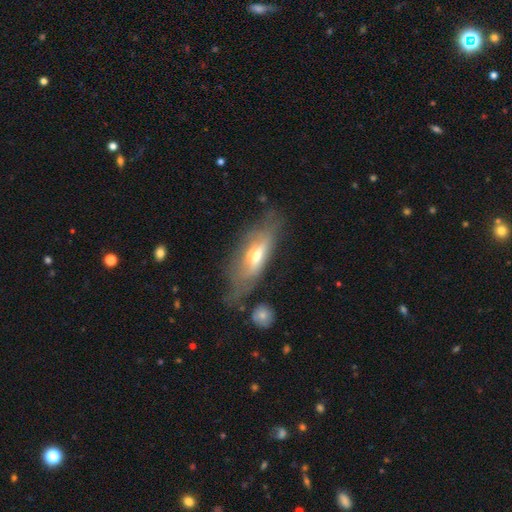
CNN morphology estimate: Smooth or featured: featured or disk — 51% (smooth — 41%)
Edge-on disk: yes — 52% (no — 48%)
Merging: none — 53% (minor disturbance — 25%)